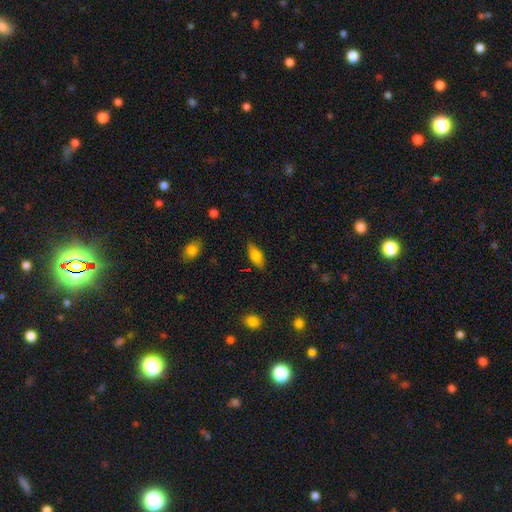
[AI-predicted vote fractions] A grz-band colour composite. It shows a smooth galaxy with no disk features (78%) that is in between round and cigar-shaped (80%). Merging: none (82%).